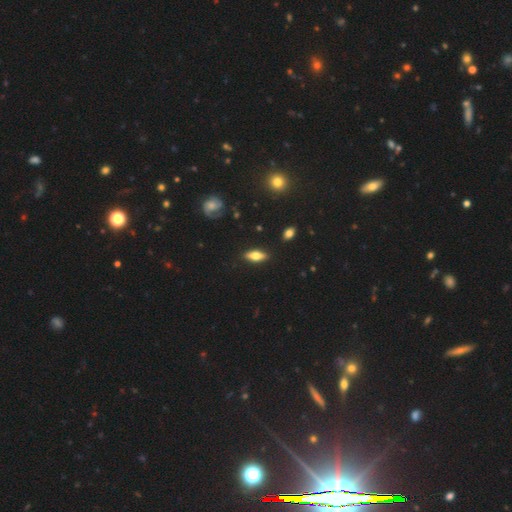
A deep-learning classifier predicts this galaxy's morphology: Smooth or featured?
  - smooth: 53% *
  - featured or disk: 40%
  - star or artifact: 7%
How rounded?
  - in between: 65% *
  - cigar-shaped: 32%
  - round: 3%
Merging?
  - none: 86% *
  - minor disturbance: 10%
  - major disturbance: 2%
  - merger: 2%